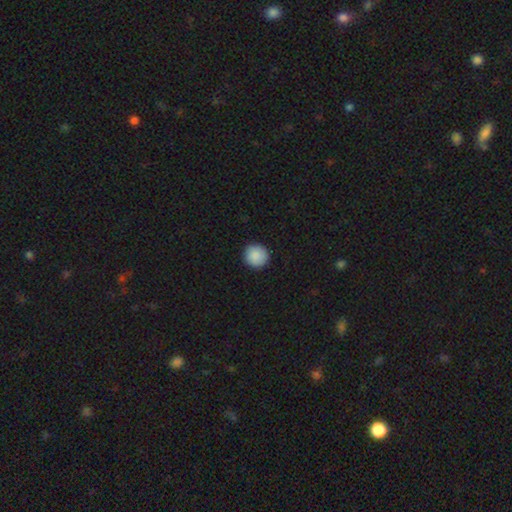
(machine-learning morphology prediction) This appears to be a smooth galaxy with no disk features (90%) that is round (94%). Merging: none (92%).